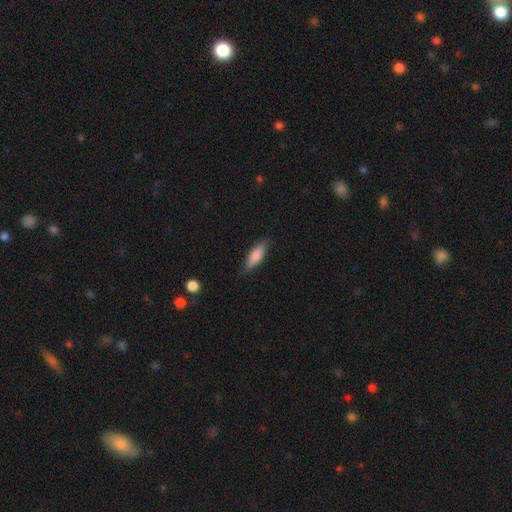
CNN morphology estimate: A smooth galaxy with no disk features (78%) that is in between round and cigar-shaped (56%). Merging: none (82%).